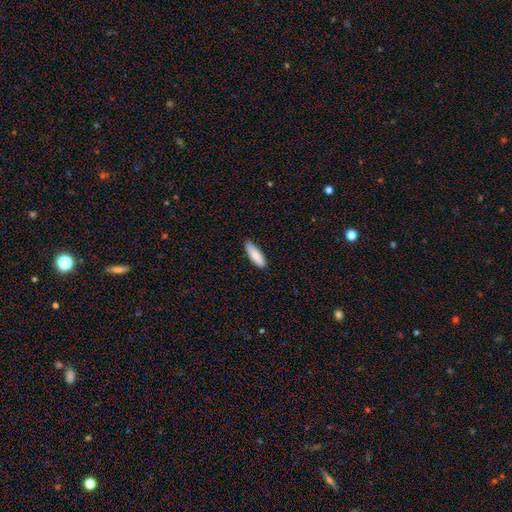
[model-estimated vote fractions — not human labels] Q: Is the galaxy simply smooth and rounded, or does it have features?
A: smooth — 83%.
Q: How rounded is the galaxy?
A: in between — 56%.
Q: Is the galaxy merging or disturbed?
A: none — 84%.